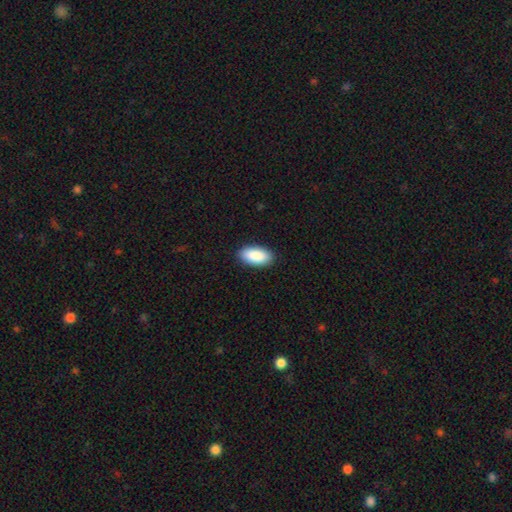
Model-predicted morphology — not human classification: smooth_or_featured: smooth (p=0.90) [alt: star or artifact p=0.06]
how_rounded: in between (p=0.95) [alt: cigar-shaped p=0.03]
merging: none (p=0.89) [alt: minor disturbance p=0.08]